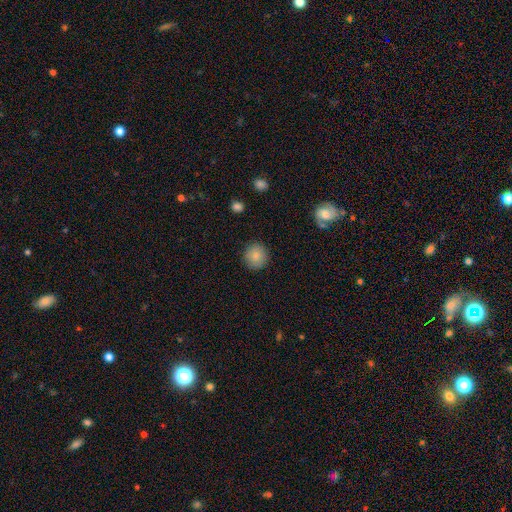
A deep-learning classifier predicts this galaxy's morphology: Q: Smooth or featured?
A: smooth (86%); runner-up: star or artifact (9%)
Q: How rounded?
A: round (92%); runner-up: in between (7%)
Q: Merging?
A: none (90%); runner-up: minor disturbance (7%)